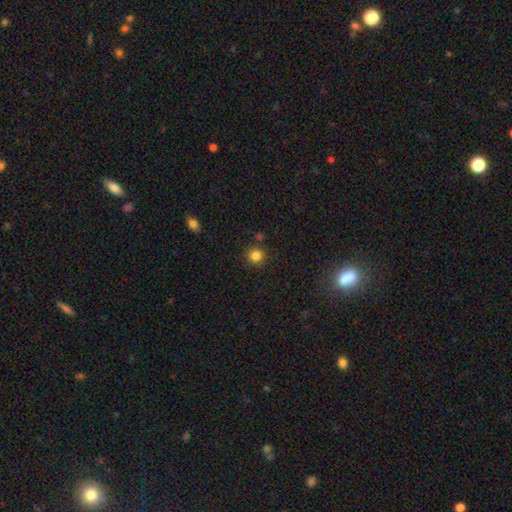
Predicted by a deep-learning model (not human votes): This appears to be a smooth galaxy with no disk features (83%) that is round (93%). Merging: none (86%).